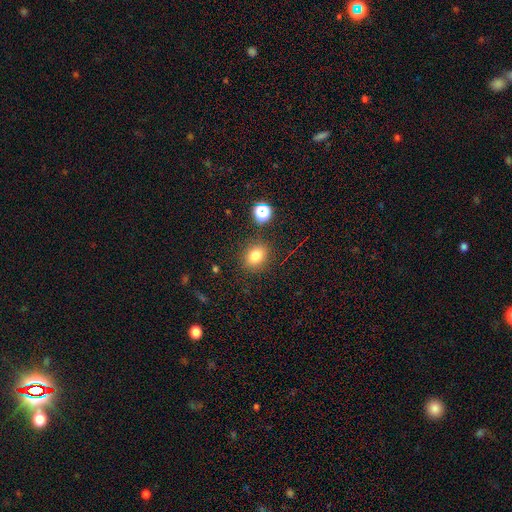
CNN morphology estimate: This appears to be a smooth galaxy with no disk features (77%) that is round (61%). Merging: none (84%).